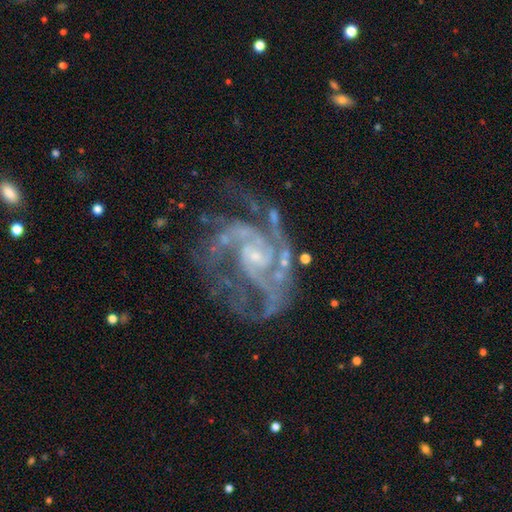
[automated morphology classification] Smooth or featured? featured or disk (91%)
Edge-on disk? no (98%)
Bar? no (58%)
Spiral arms? yes (96%)
Spiral winding? medium (49%)
Spiral arm count? 2 (46%)
Bulge size? small (73%)
Merging? none (50%)